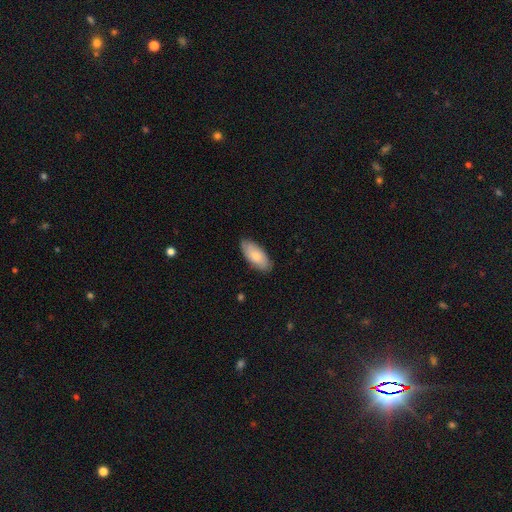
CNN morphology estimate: A smooth galaxy with no disk features (74%) that is in between round and cigar-shaped (89%). Merging: none (81%).